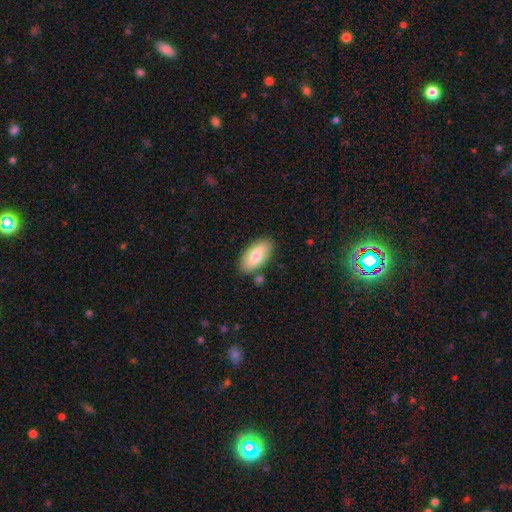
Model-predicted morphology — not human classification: smooth-or-featured: smooth: 73% | featured or disk: 21% | star or artifact: 6%
  how-rounded: in between: 92% | cigar-shaped: 5% | round: 3%
  merging: none: 81% | minor disturbance: 11% | merger: 5% | major disturbance: 2%